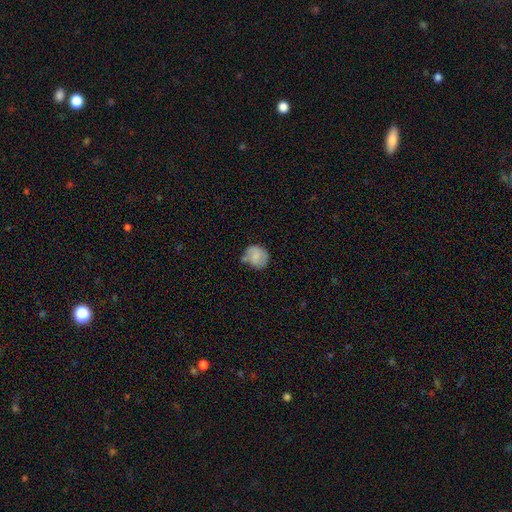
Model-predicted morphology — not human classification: Smooth or featured: smooth — 72% (featured or disk — 20%)
How rounded: round — 74% (in between — 25%)
Merging: none — 48% (minor disturbance — 34%)